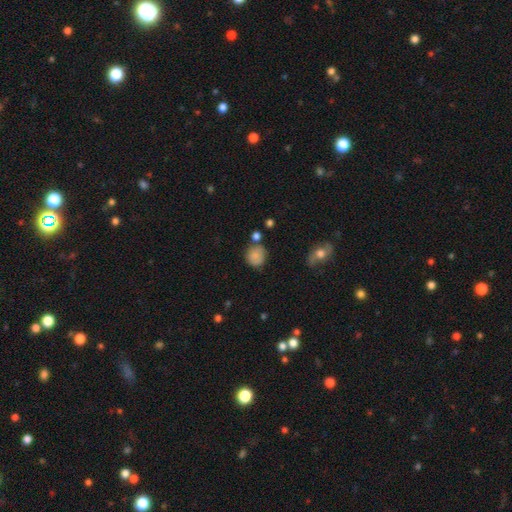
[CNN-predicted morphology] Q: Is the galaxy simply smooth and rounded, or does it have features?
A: smooth — 80%.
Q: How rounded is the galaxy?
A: round — 77%.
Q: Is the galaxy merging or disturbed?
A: none — 61%.